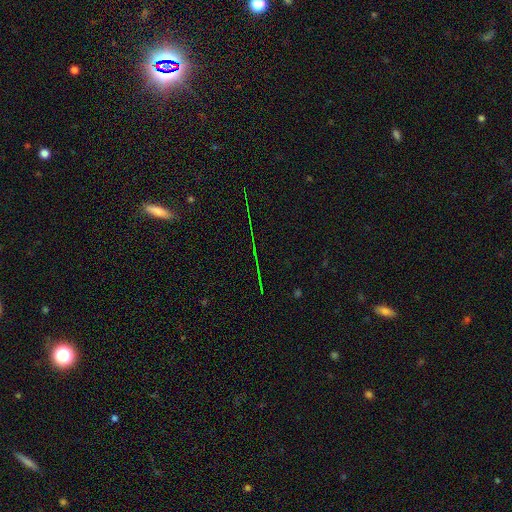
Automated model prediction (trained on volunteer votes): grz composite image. It shows a star or artifact, not a galaxy (67%).